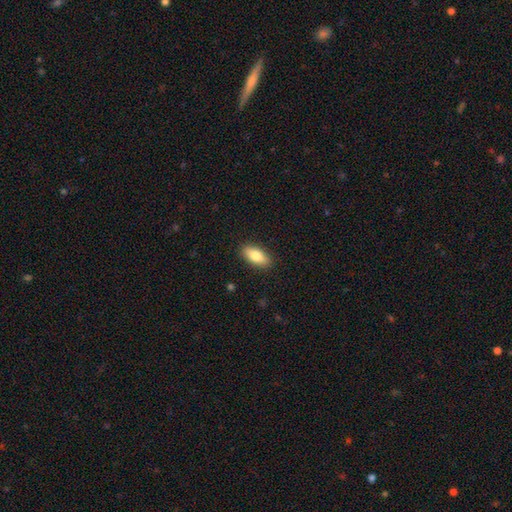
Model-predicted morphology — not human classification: Overall: smooth (83%). How rounded: in between (85%). Merging: none (89%).